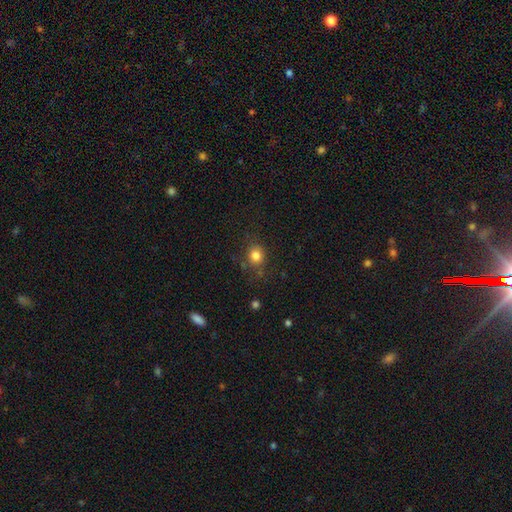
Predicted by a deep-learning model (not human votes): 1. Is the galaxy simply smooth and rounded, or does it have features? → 81% smooth, 13% star or artifact, 6% featured or disk.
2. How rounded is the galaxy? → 78% round, 21% in between, 1% cigar-shaped.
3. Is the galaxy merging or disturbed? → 78% none, 14% minor disturbance, 5% major disturbance, 3% merger.